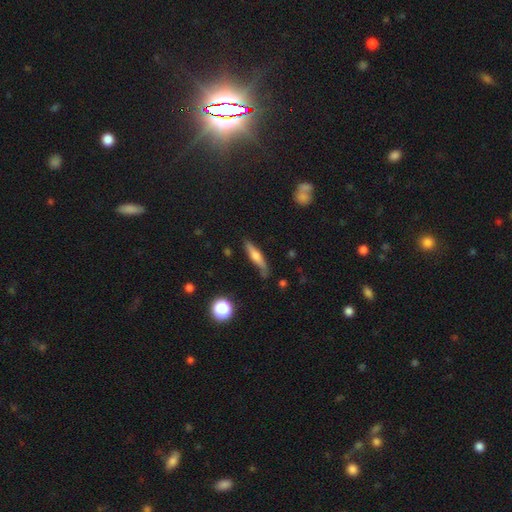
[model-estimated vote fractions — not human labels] Overall: smooth (48%; featured or disk 44%). Merging: none (76%).